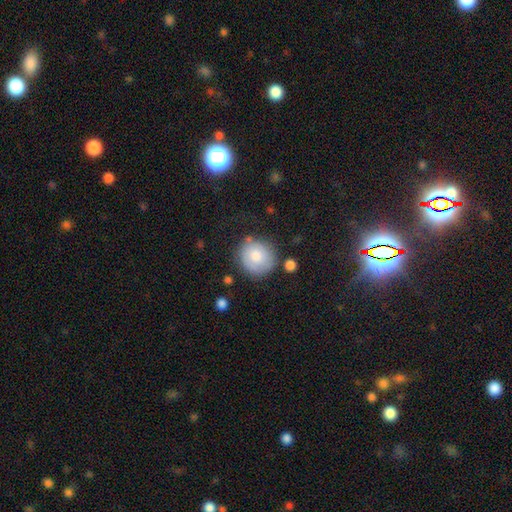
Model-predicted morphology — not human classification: smooth 76%, featured or disk 17%, star or artifact 7%. Down the decision tree: how rounded — round (88%); merging — none (74%).